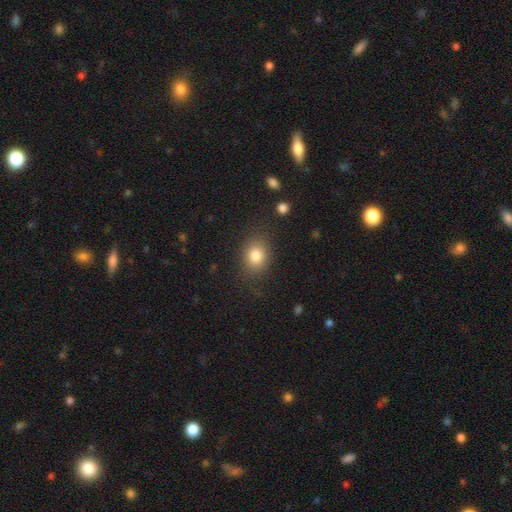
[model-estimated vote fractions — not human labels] Smooth or featured?
  - smooth: 82% *
  - star or artifact: 10%
  - featured or disk: 8%
How rounded?
  - round: 50% *
  - in between: 49%
  - cigar-shaped: 1%
Merging?
  - none: 78% *
  - minor disturbance: 14%
  - major disturbance: 6%
  - merger: 2%